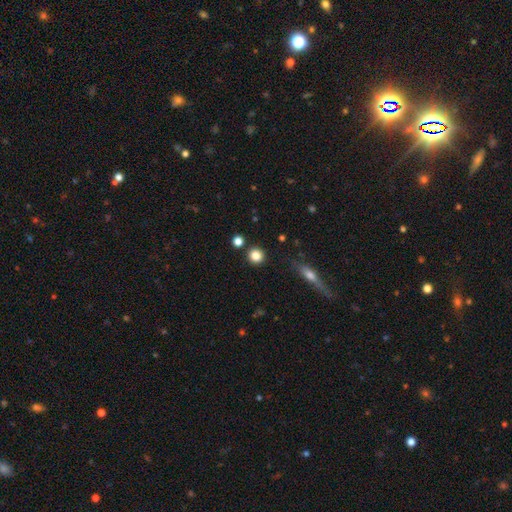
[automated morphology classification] A smooth galaxy with no disk features (84%) that is round (93%).

Vote fractions:
- Smooth or featured? smooth: 84% / star or artifact: 11% / featured or disk: 5%
- How rounded? round: 93% / in between: 6% / cigar-shaped: 1%
- Merging? none: 88% / minor disturbance: 6% / merger: 4% / major disturbance: 2%